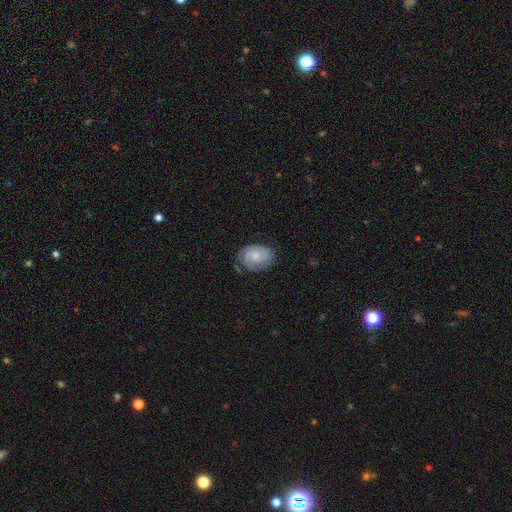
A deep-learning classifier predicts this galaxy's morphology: Q: Smooth or featured?
A: featured or disk (62%); runner-up: smooth (31%)
Q: Edge-on disk?
A: no (97%); runner-up: yes (3%)
Q: Bar?
A: no (64%); runner-up: weak (32%)
Q: Spiral arms?
A: yes (92%); runner-up: no (8%)
Q: Spiral winding?
A: tight (61%); runner-up: medium (31%)
Q: Spiral arm count?
A: 2 (49%); runner-up: can't tell (24%)
Q: Bulge size?
A: small (51%); runner-up: moderate (31%)
Q: Merging?
A: none (70%); runner-up: minor disturbance (22%)